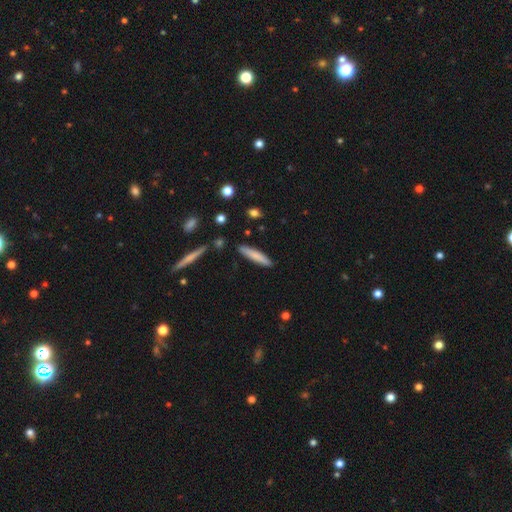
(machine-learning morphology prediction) smooth_or_featured: smooth (p=0.78) [alt: featured or disk p=0.15]
how_rounded: cigar-shaped (p=0.86) [alt: in between p=0.13]
merging: none (p=0.88) [alt: minor disturbance p=0.08]